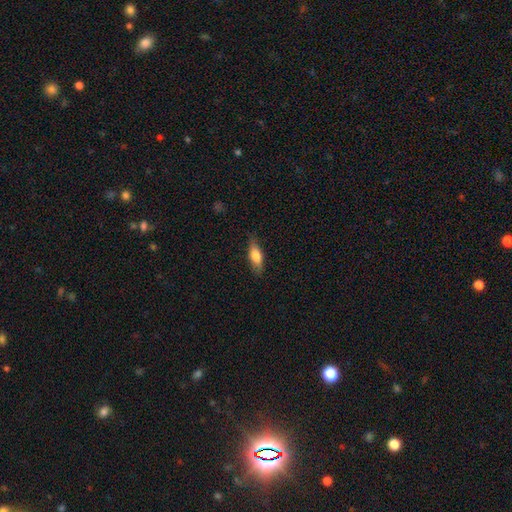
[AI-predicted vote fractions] This is likely a smooth galaxy (73%). How rounded: likely in between (63%). Merging: likely none (80%).